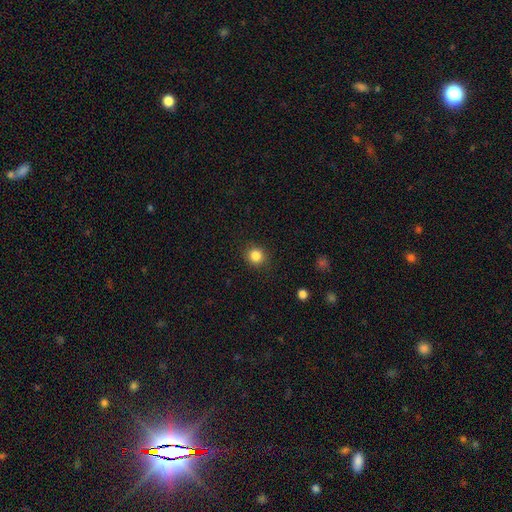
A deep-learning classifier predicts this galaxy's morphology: Smooth or featured?
  - smooth: 85% *
  - star or artifact: 11%
  - featured or disk: 5%
How rounded?
  - round: 87% *
  - in between: 12%
  - cigar-shaped: 1%
Merging?
  - none: 89% *
  - minor disturbance: 7%
  - major disturbance: 2%
  - merger: 1%